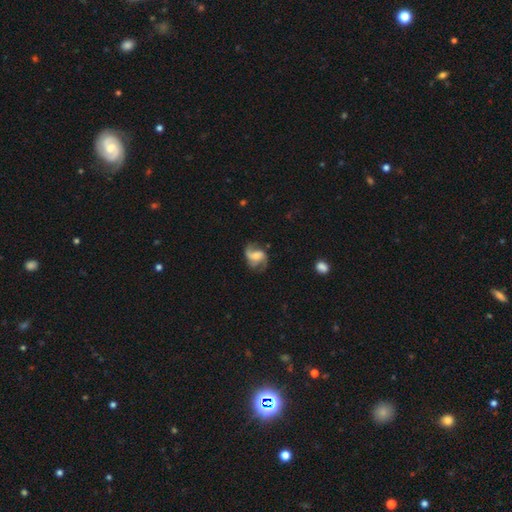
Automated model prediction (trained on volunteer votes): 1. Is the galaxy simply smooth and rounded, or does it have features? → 77% featured or disk, 16% smooth, 7% star or artifact.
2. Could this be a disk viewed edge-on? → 98% no, 2% yes.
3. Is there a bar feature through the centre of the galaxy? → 43% weak, 40% no, 17% strong.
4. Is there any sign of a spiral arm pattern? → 94% yes, 6% no.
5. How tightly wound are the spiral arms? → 46% loose, 42% medium, 12% tight.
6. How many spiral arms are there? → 68% 2, 17% 3, 7% can't tell, 3% 1, 3% 4, 2% more than 4.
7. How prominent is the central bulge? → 48% moderate, 36% small, 7% none, 7% large, 1% dominant.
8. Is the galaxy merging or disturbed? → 65% none, 20% minor disturbance, 13% major disturbance, 2% merger.